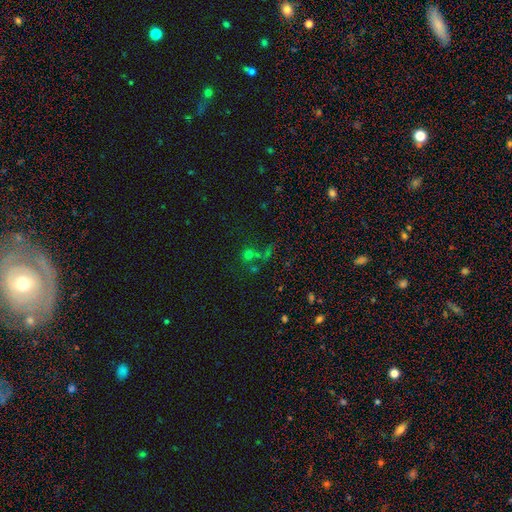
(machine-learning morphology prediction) smooth-or-featured: star or artifact: 49% | smooth: 35% | featured or disk: 17%